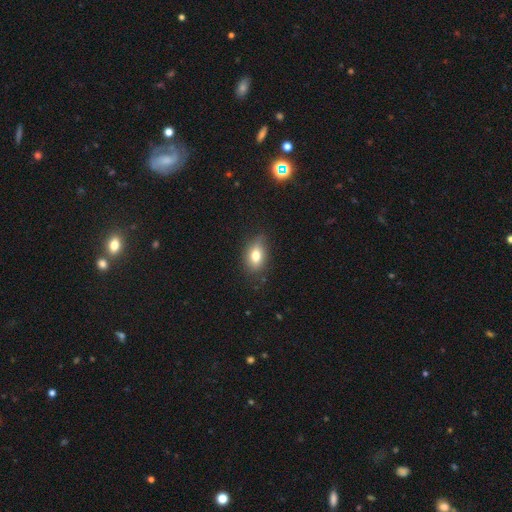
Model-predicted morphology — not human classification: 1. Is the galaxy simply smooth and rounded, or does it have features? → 76% smooth, 14% featured or disk, 10% star or artifact.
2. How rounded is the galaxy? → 83% in between, 14% round, 3% cigar-shaped.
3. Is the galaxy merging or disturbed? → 72% none, 22% minor disturbance, 5% major disturbance, 1% merger.